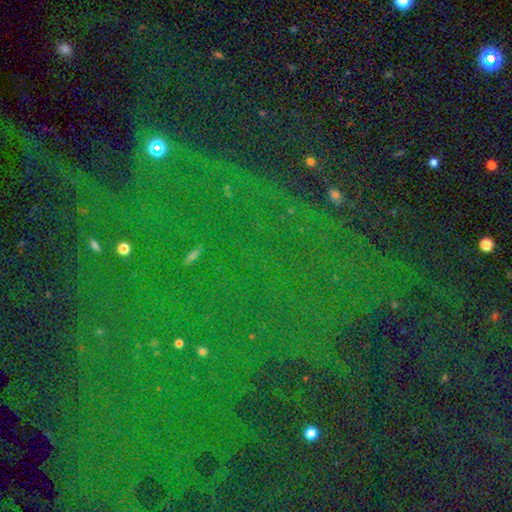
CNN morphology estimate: A star or artifact, not a galaxy (83%).